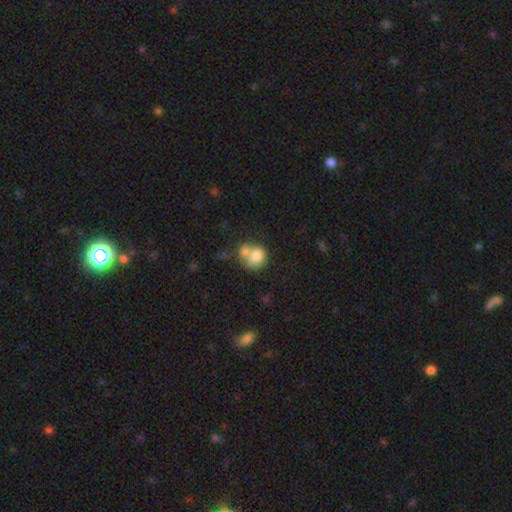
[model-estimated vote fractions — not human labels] This is likely a smooth galaxy (75%). How rounded: likely round (63%). Merging: possibly merger (57%).